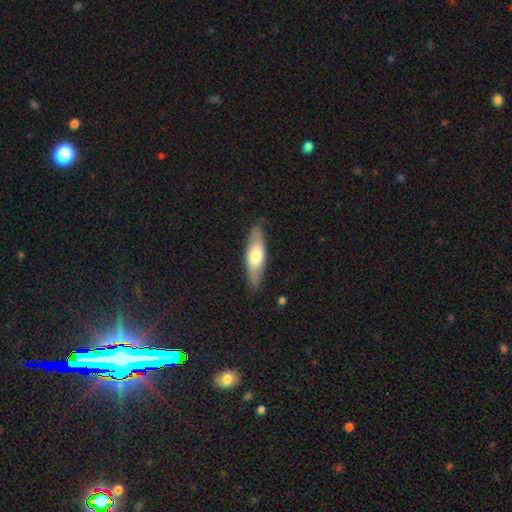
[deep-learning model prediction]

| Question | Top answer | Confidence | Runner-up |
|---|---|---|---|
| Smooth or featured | smooth | 60% | featured or disk (35%) |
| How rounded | cigar-shaped | 50% | in between (48%) |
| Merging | none | 86% | minor disturbance (11%) |